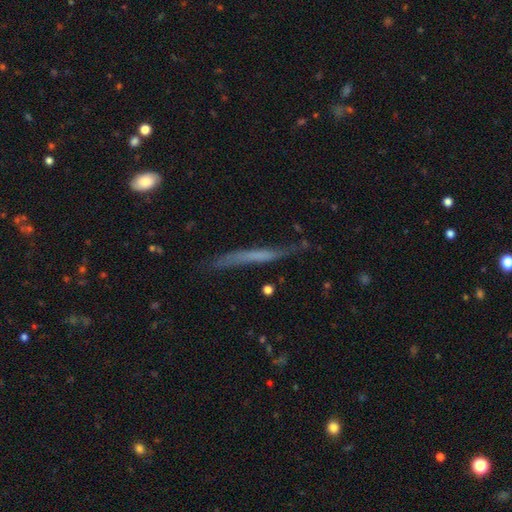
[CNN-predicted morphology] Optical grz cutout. It shows a featured or disk galaxy (47%). Merging: none (67%).